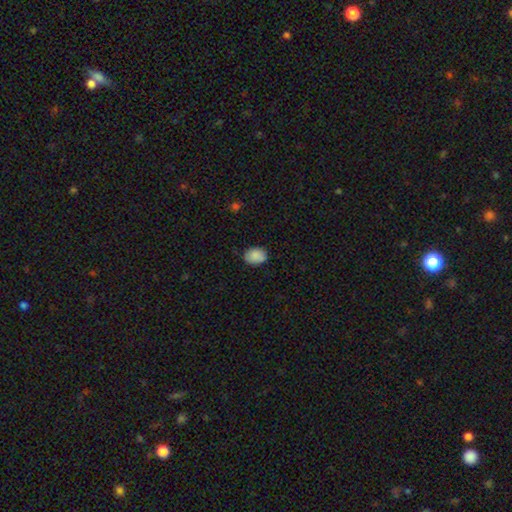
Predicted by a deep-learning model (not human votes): Morphology: type=smooth (87%); roundness=in between (69%); merging=none (79%).